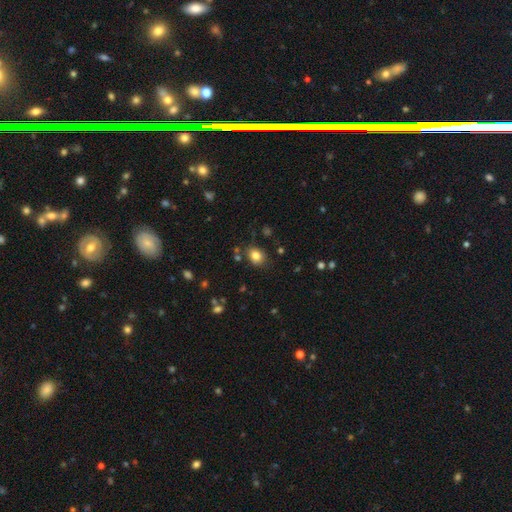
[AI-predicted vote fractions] Morphology: type=smooth (81%); roundness=round (56%); merging=none (80%).